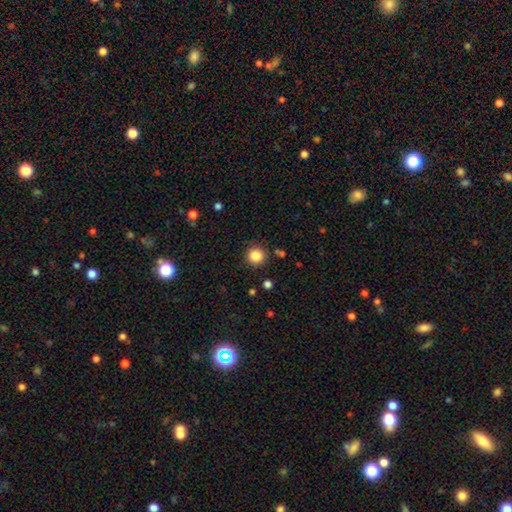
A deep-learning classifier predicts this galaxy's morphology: Overall: smooth (85%). How rounded: round (94%). Merging: none (88%).